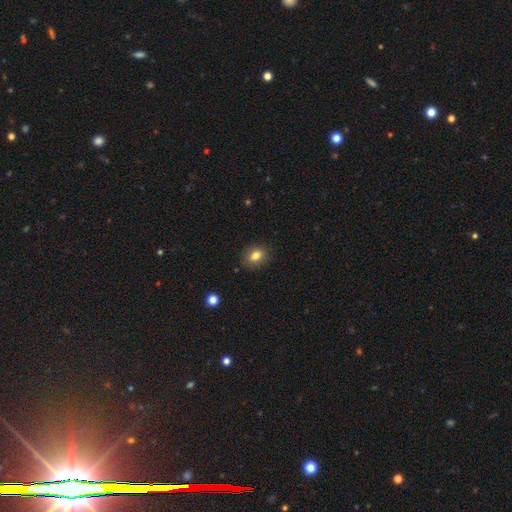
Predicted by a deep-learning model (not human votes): Smooth or featured?
  - smooth: 82% *
  - star or artifact: 10%
  - featured or disk: 8%
How rounded?
  - in between: 59% *
  - round: 40%
  - cigar-shaped: 1%
Merging?
  - none: 86% *
  - minor disturbance: 10%
  - major disturbance: 2%
  - merger: 1%